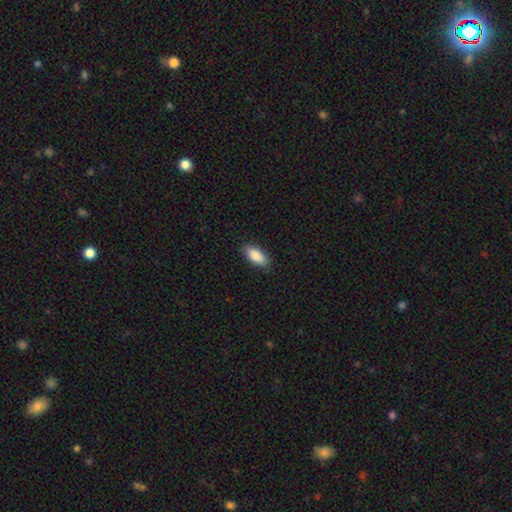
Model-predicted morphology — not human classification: Q: Smooth or featured?
A: smooth (88%); runner-up: star or artifact (6%)
Q: How rounded?
A: in between (87%); runner-up: cigar-shaped (11%)
Q: Merging?
A: none (85%); runner-up: minor disturbance (12%)